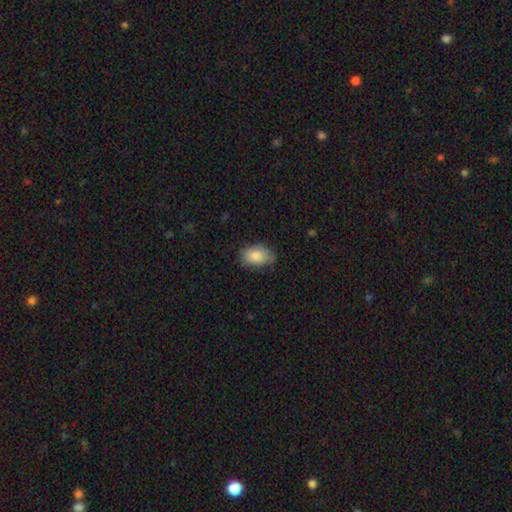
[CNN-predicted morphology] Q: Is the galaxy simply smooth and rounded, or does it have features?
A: smooth — 82%.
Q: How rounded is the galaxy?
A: in between — 87%.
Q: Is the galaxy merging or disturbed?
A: none — 67%.